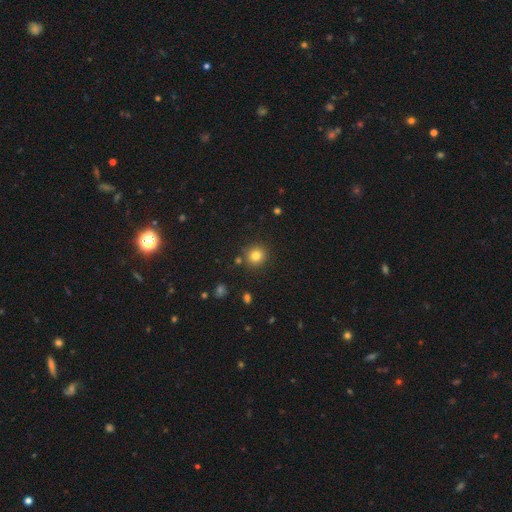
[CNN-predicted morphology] Smooth or featured? Predicted: smooth (p=0.81). How rounded? Predicted: round (p=0.91). Merging? Predicted: none (p=0.86).